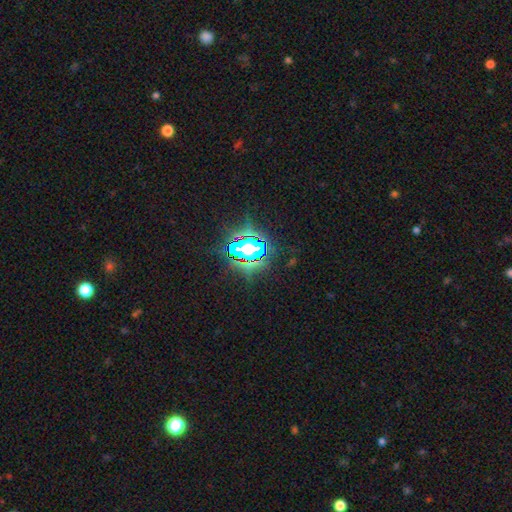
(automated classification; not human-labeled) Morphology: type=star or artifact (81%).